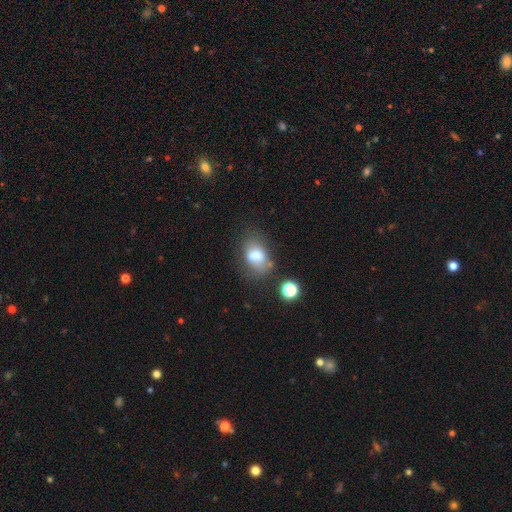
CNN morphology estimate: Smooth or featured?
  - smooth: 70% *
  - featured or disk: 19%
  - star or artifact: 11%
How rounded?
  - in between: 80% *
  - round: 18%
  - cigar-shaped: 2%
Merging?
  - none: 53% *
  - minor disturbance: 22%
  - merger: 13%
  - major disturbance: 11%